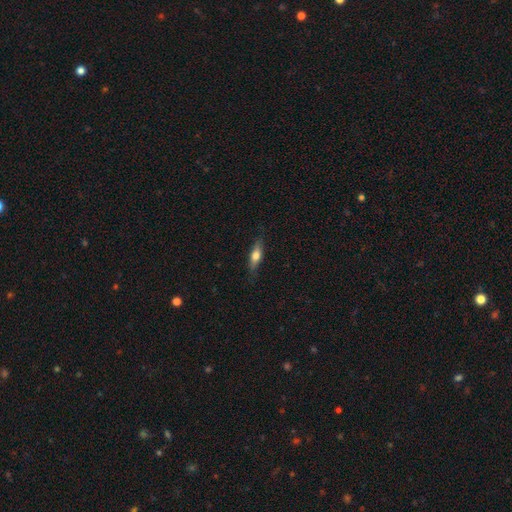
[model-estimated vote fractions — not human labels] This appears to be a smooth galaxy with no disk features (59%) that is cigar-shaped (54%). Merging: none (82%).